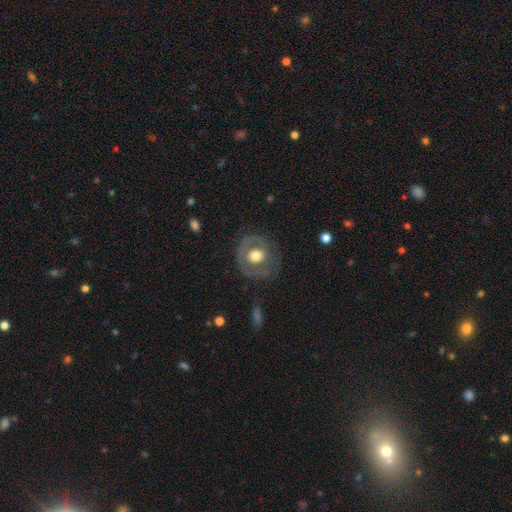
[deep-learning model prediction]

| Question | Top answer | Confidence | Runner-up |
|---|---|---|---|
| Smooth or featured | smooth | 48% | featured or disk (45%) |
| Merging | none | 70% | minor disturbance (17%) |